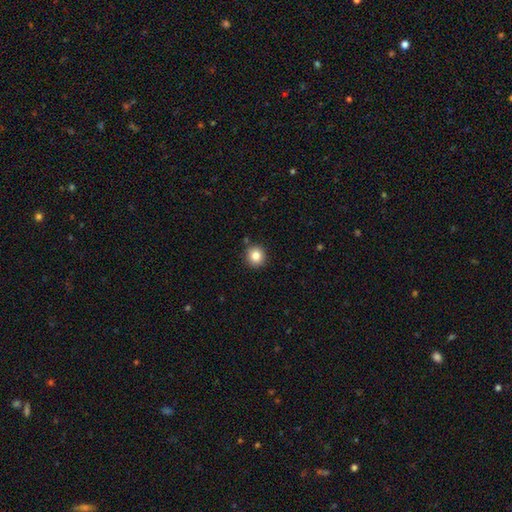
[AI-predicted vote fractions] Smooth or featured? smooth (83%)
How rounded? round (92%)
Merging? none (88%)